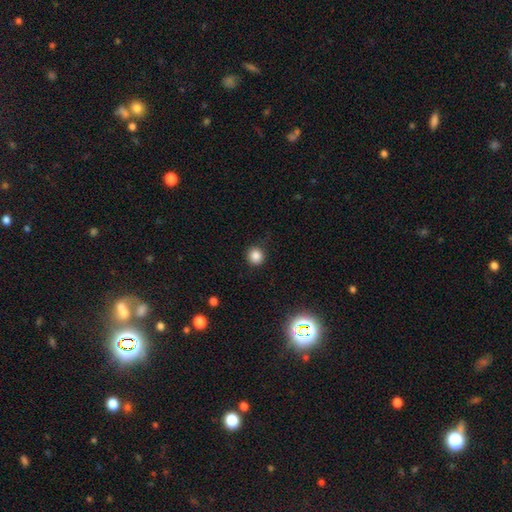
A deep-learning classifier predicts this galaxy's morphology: smooth_or_featured: smooth (p=0.84) [alt: star or artifact p=0.12]
how_rounded: round (p=0.92) [alt: in between p=0.07]
merging: none (p=0.86) [alt: minor disturbance p=0.09]